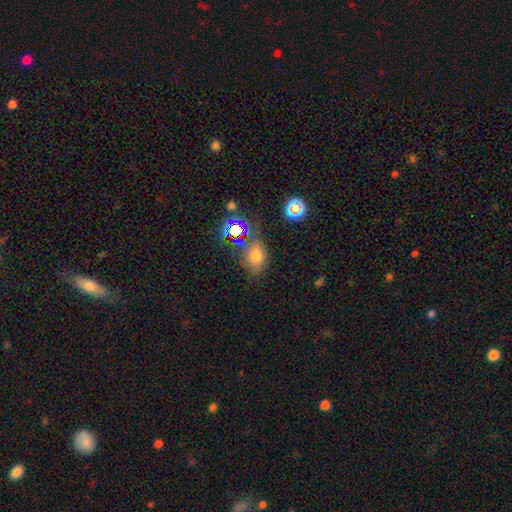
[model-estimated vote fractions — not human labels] A smooth galaxy with no disk features (65%) that is in between round and cigar-shaped (61%).

Vote fractions:
- Smooth or featured? smooth: 65% / star or artifact: 24% / featured or disk: 11%
- How rounded? in between: 61% / round: 38% / cigar-shaped: 1%
- Merging? none: 62% / minor disturbance: 20% / major disturbance: 9% / merger: 9%